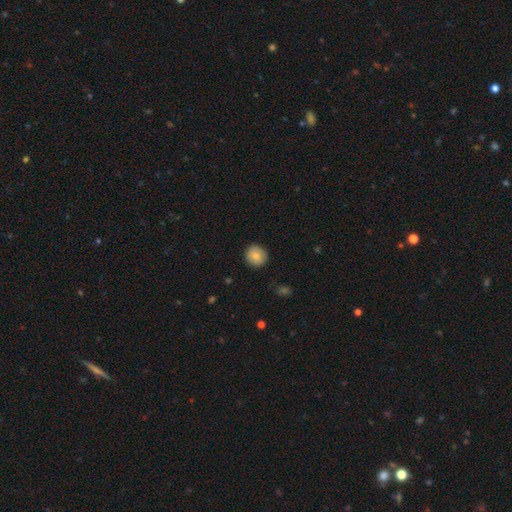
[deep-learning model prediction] Smooth or featured?
  - smooth: 82% *
  - featured or disk: 10%
  - star or artifact: 8%
How rounded?
  - round: 90% *
  - in between: 9%
  - cigar-shaped: 1%
Merging?
  - none: 89% *
  - minor disturbance: 8%
  - major disturbance: 2%
  - merger: 1%